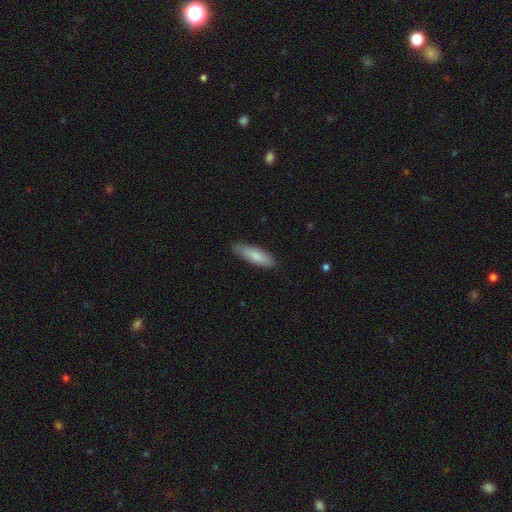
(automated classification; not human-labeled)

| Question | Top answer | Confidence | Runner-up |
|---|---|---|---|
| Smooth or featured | smooth | 82% | featured or disk (12%) |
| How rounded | cigar-shaped | 52% | in between (47%) |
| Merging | none | 84% | minor disturbance (13%) |